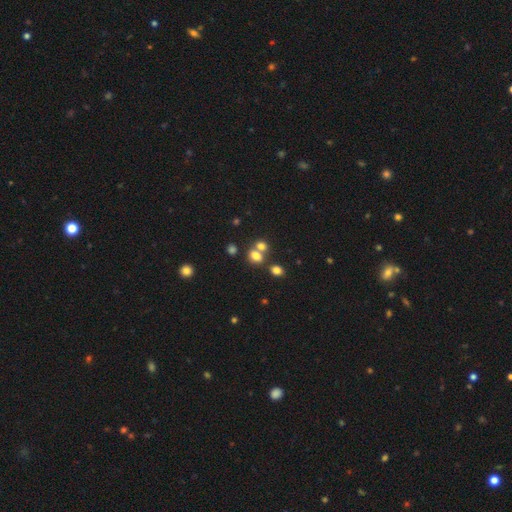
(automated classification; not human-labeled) smooth_or_featured: smooth (p=0.74) [alt: star or artifact p=0.16]
how_rounded: in between (p=0.52) [alt: round p=0.46]
merging: merger (p=0.44) [alt: none p=0.43]